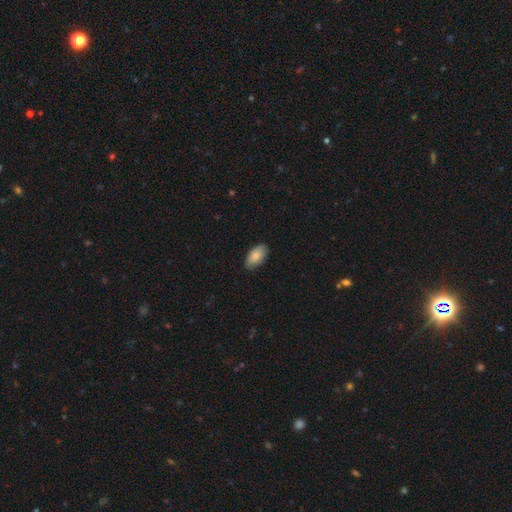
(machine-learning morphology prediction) This appears to be a smooth galaxy with no disk features (85%) that is in between round and cigar-shaped (95%). Merging: none (84%).